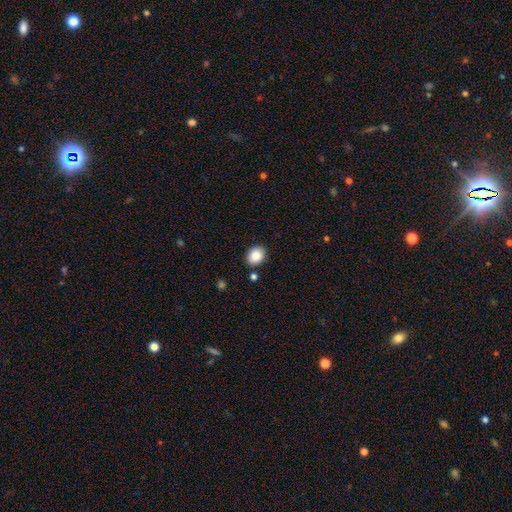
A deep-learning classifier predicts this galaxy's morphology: A smooth galaxy with no disk features (87%) that is round (58%). Merging: none (86%).